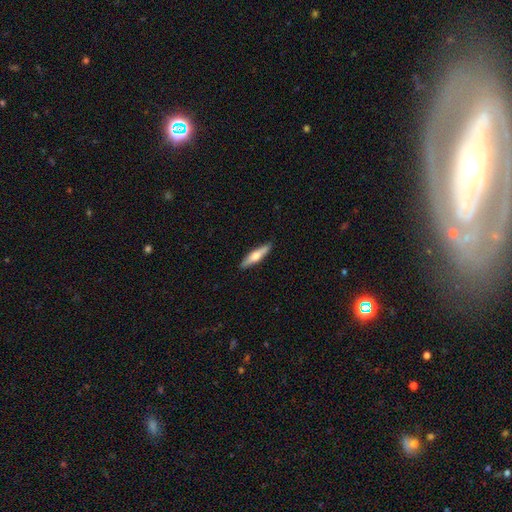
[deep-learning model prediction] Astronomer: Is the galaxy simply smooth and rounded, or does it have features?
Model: smooth — 53% (runner-up: featured or disk, 42%).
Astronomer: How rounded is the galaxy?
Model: cigar-shaped — 80%.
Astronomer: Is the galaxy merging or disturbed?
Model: none — 90%.